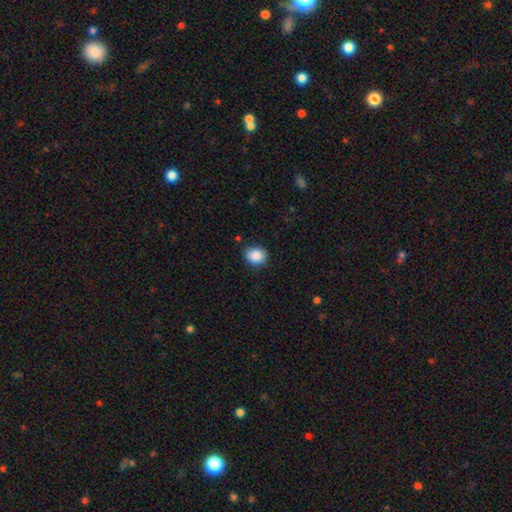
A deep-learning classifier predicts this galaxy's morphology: smooth_or_featured: smooth (p=0.88) [alt: star or artifact p=0.08]
how_rounded: round (p=0.62) [alt: in between p=0.37]
merging: none (p=0.85) [alt: minor disturbance p=0.11]